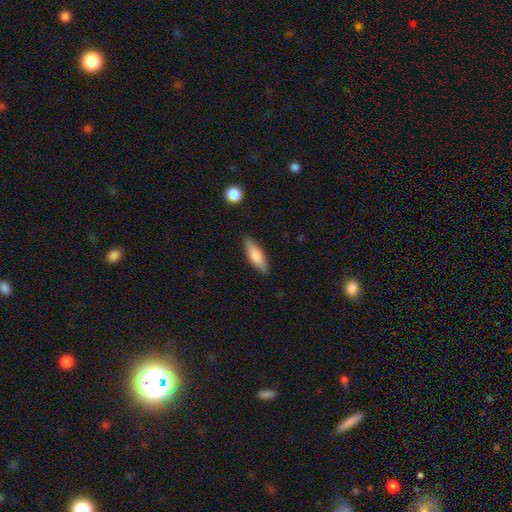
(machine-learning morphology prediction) smooth-or-featured: smooth: 71% | featured or disk: 23% | star or artifact: 6%
  how-rounded: in between: 51% | cigar-shaped: 46% | round: 2%
  merging: none: 85% | minor disturbance: 11% | major disturbance: 2% | merger: 1%